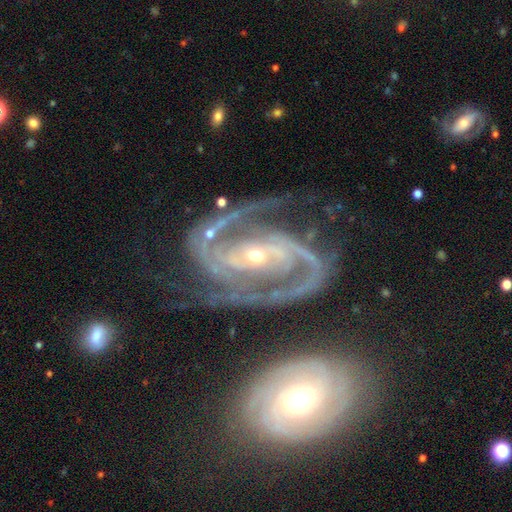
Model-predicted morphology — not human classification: A featured or disk galaxy (92%) with a strong bar (42%), 2 (86%) medium (54%) spiral arms (98%) and a small central bulge (63%).

Vote fractions:
- Smooth or featured? featured or disk: 92% / star or artifact: 5% / smooth: 3%
- Edge-on disk? no: 97% / yes: 3%
- Bar? strong: 42% / weak: 31% / no: 27%
- Spiral arms? yes: 98% / no: 2%
- Spiral winding? medium: 54% / tight: 34% / loose: 12%
- Spiral arm count? 2: 86% / 3: 5% / can't tell: 3% / 1: 2% / 4: 2% / more than 4: 2%
- Bulge size? small: 63% / moderate: 34% / large: 2% / none: 1% / dominant: 1%
- Merging? none: 53% / minor disturbance: 18% / merger: 15% / major disturbance: 14%